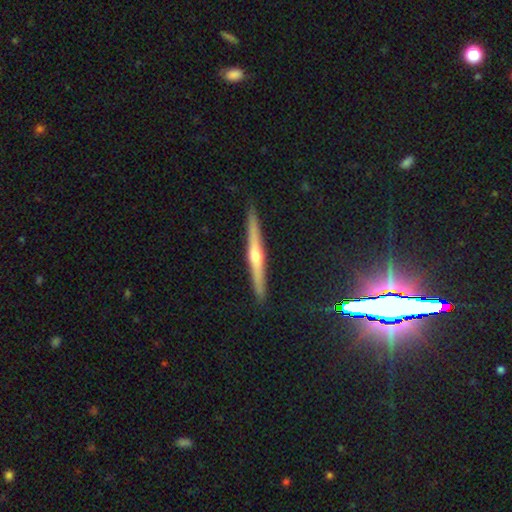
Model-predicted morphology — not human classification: Smooth or featured: featured or disk — 73% (smooth — 18%)
Edge-on disk: yes — 98% (no — 2%)
Edge-on bulge: rounded — 85% (none — 10%)
Merging: none — 91% (minor disturbance — 6%)